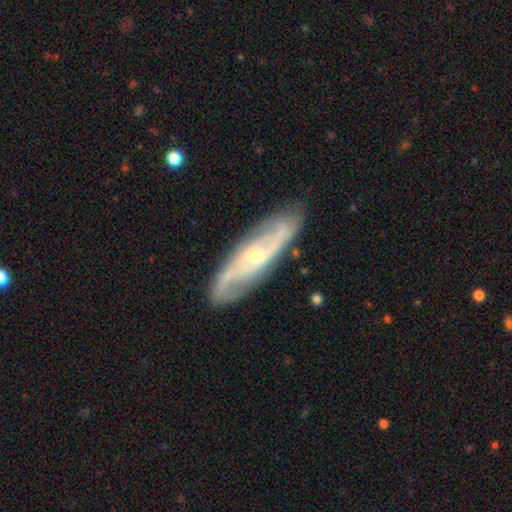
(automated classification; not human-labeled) A featured or disk galaxy (81%) with a weak bar (44%), 2 (63%) medium (46%) spiral arms (94%) and a small central bulge (57%).

Vote fractions:
- Smooth or featured? featured or disk: 81% / smooth: 14% / star or artifact: 6%
- Edge-on disk? no: 80% / yes: 20%
- Bar? weak: 44% / no: 42% / strong: 14%
- Spiral arms? yes: 94% / no: 6%
- Spiral winding? medium: 46% / tight: 29% / loose: 25%
- Spiral arm count? 2: 63% / can't tell: 19% / 3: 9% / 4: 3% / 1: 3% / more than 4: 2%
- Bulge size? small: 57% / moderate: 37% / none: 3% / large: 2% / dominant: 1%
- Merging? none: 82% / minor disturbance: 13% / major disturbance: 3% / merger: 1%